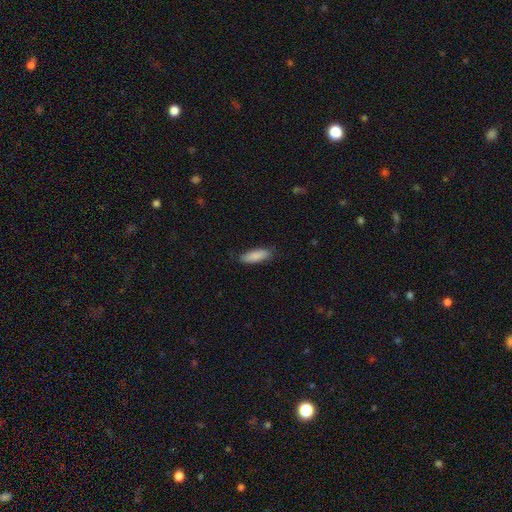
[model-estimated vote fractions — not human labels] Q: Smooth or featured?
A: smooth (88%); runner-up: featured or disk (6%)
Q: How rounded?
A: in between (55%); runner-up: cigar-shaped (43%)
Q: Merging?
A: none (85%); runner-up: minor disturbance (12%)